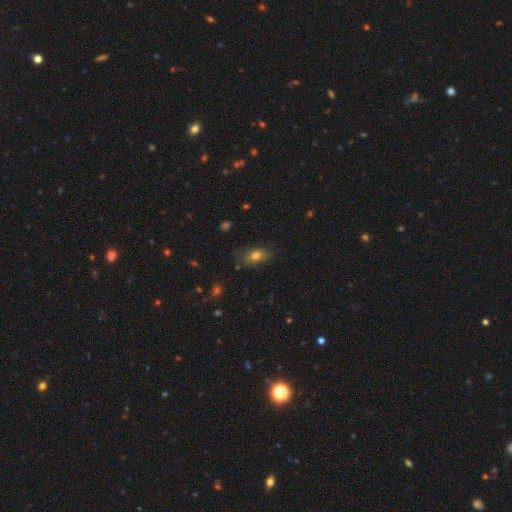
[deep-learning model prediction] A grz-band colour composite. It shows a smooth galaxy with no disk features (71%) that is in between round and cigar-shaped (86%). Merging: none (71%).